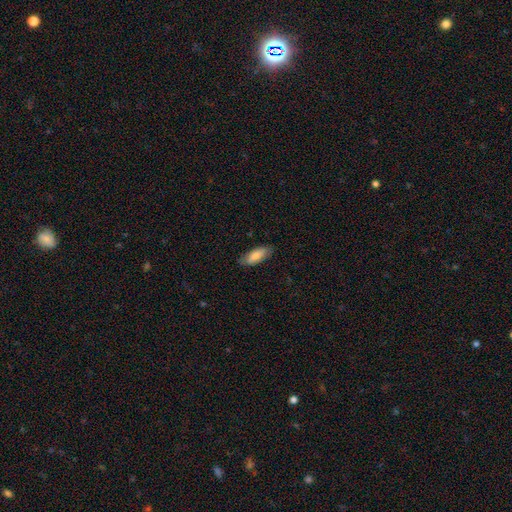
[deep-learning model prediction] smooth-or-featured: smooth: 79% | featured or disk: 15% | star or artifact: 6%
  how-rounded: in between: 75% | cigar-shaped: 23% | round: 2%
  merging: none: 82% | minor disturbance: 14% | major disturbance: 3% | merger: 1%